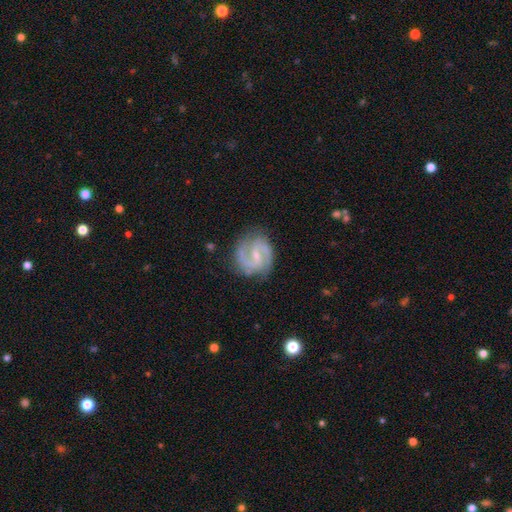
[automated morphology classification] This appears to be a featured or disk galaxy (89%) with a weak bar (55%), 2 (91%) medium (59%) spiral arms (97%) and a small central bulge (64%). Merging: none (79%).